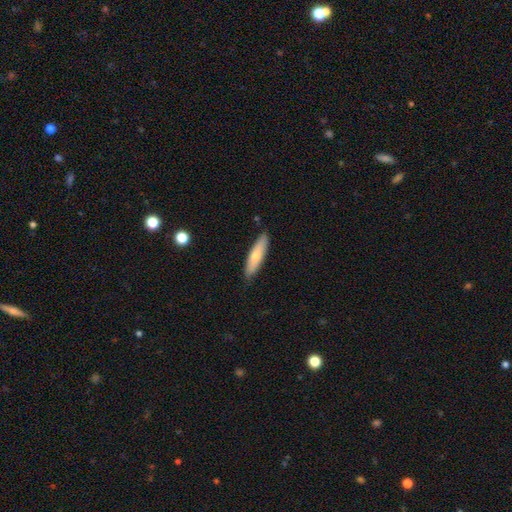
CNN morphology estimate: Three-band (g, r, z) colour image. It shows a smooth galaxy with no disk features (64%) that is cigar-shaped (71%). Merging: none (86%).